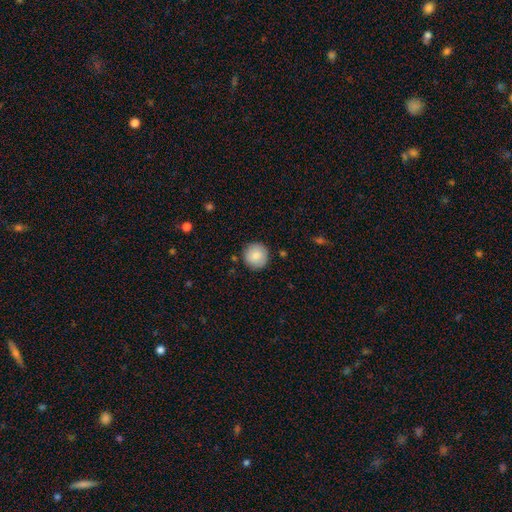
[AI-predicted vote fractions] A smooth galaxy with no disk features (84%) that is round (96%). Merging: none (89%).